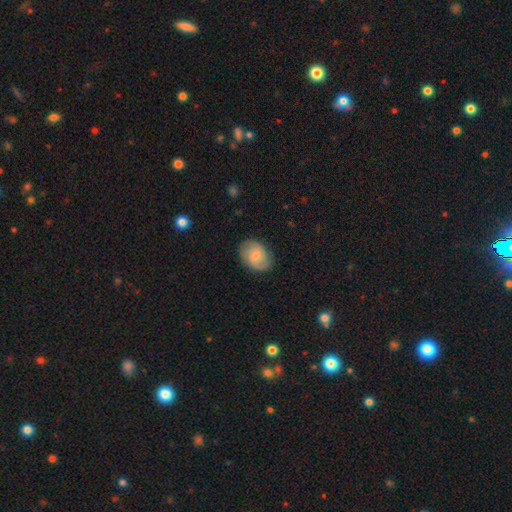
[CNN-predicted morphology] type=smooth (52%); roundness=in between (63%); merging=none (78%).